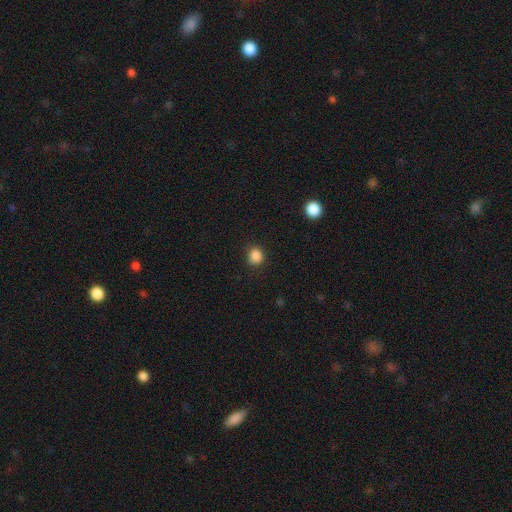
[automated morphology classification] Q: Smooth or featured?
A: smooth (86%); runner-up: star or artifact (11%)
Q: How rounded?
A: round (78%); runner-up: in between (21%)
Q: Merging?
A: none (85%); runner-up: minor disturbance (11%)